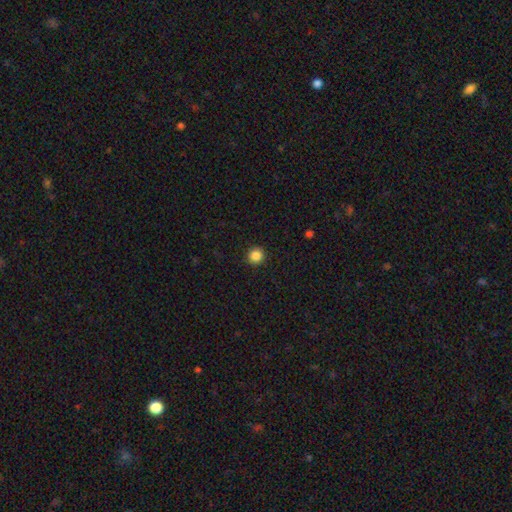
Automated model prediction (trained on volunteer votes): Q: Smooth or featured?
A: smooth (85%); runner-up: star or artifact (11%)
Q: How rounded?
A: round (94%); runner-up: in between (5%)
Q: Merging?
A: none (93%); runner-up: minor disturbance (5%)